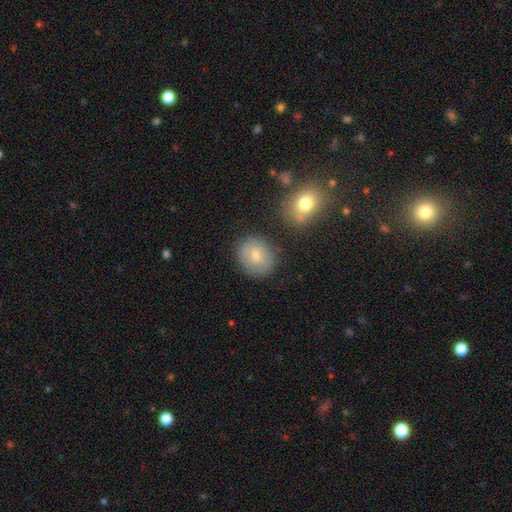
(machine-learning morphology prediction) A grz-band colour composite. It shows a smooth galaxy with no disk features (67%) that is round (70%). Merging: none (82%).